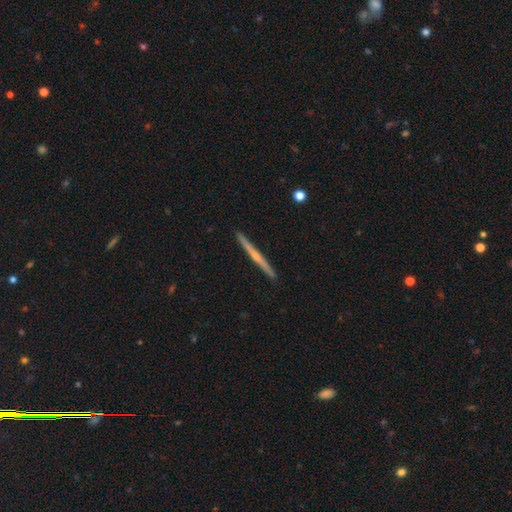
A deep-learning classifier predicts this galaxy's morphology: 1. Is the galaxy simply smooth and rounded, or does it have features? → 68% featured or disk, 27% smooth, 5% star or artifact.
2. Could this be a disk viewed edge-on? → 98% yes, 2% no.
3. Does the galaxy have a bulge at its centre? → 55% rounded, 40% none, 5% boxy.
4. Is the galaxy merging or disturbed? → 92% none, 6% minor disturbance, 1% merger, 1% major disturbance.